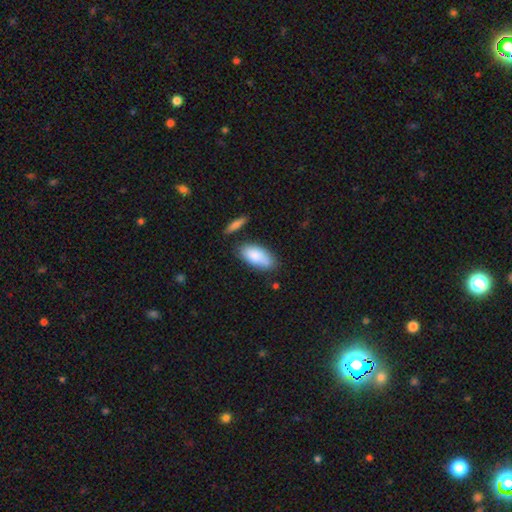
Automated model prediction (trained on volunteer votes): Morphology: type=smooth (84%); roundness=in between (89%); merging=none (67%).